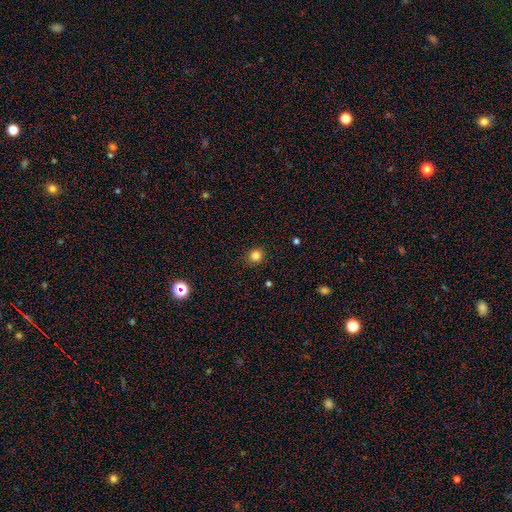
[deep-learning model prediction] Smooth or featured? smooth (83%)
How rounded? round (88%)
Merging? none (90%)